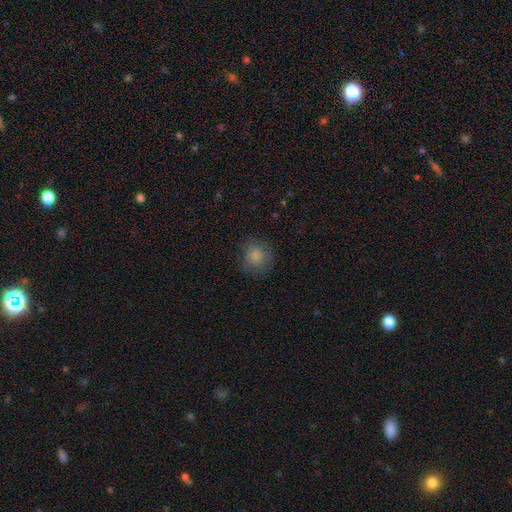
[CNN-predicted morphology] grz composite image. It shows a smooth galaxy with no disk features (83%) that is round (85%). Merging: none (79%).